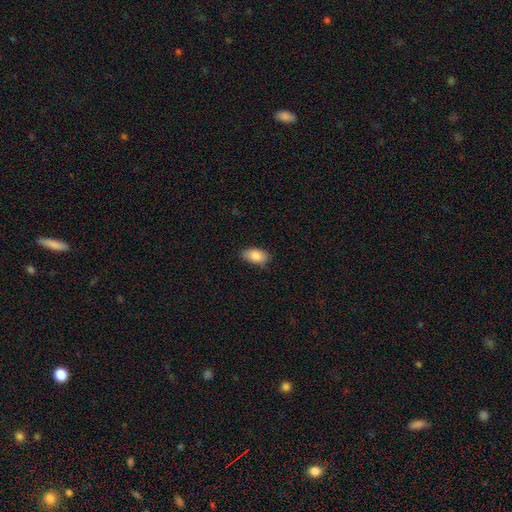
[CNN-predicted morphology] Overall: smooth (86%). How rounded: in between (93%). Merging: none (84%).